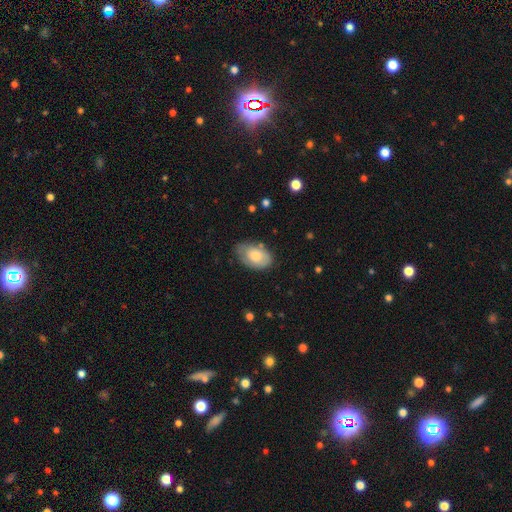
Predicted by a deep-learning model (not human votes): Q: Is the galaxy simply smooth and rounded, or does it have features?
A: smooth — 70%.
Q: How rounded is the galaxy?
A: in between — 90%.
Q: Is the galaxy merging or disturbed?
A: none — 66%.